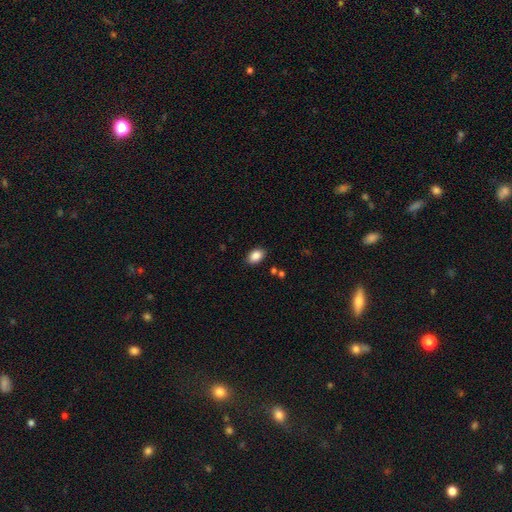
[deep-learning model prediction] Morphology: type=smooth (87%); roundness=in between (86%); merging=none (87%).